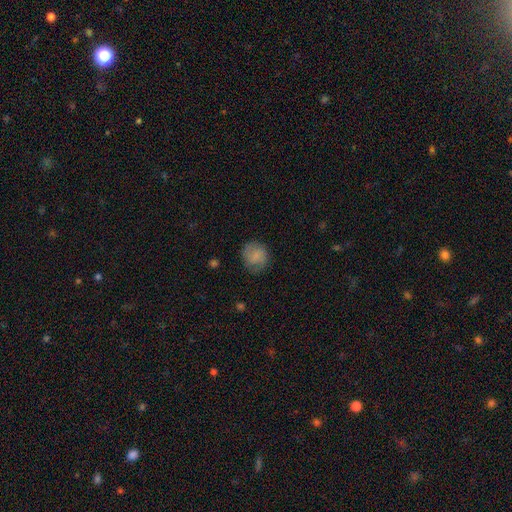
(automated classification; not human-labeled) This appears to be a smooth galaxy with no disk features (74%) that is round (79%). Merging: none (73%).